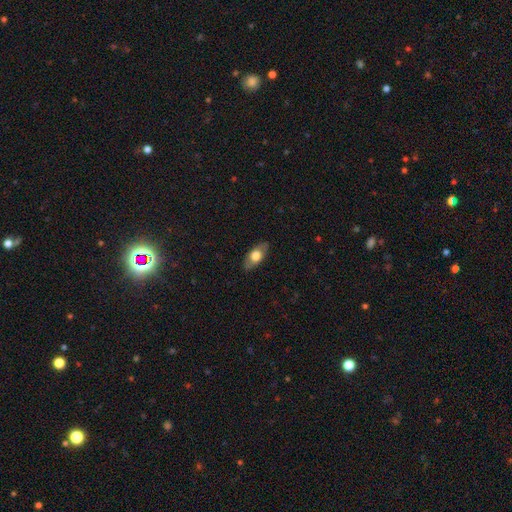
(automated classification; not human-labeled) A smooth galaxy with no disk features (62%) that is in between round and cigar-shaped (87%).

Vote fractions:
- Smooth or featured? smooth: 62% / featured or disk: 32% / star or artifact: 6%
- How rounded? in between: 87% / cigar-shaped: 8% / round: 5%
- Merging? none: 84% / minor disturbance: 12% / major disturbance: 3% / merger: 1%